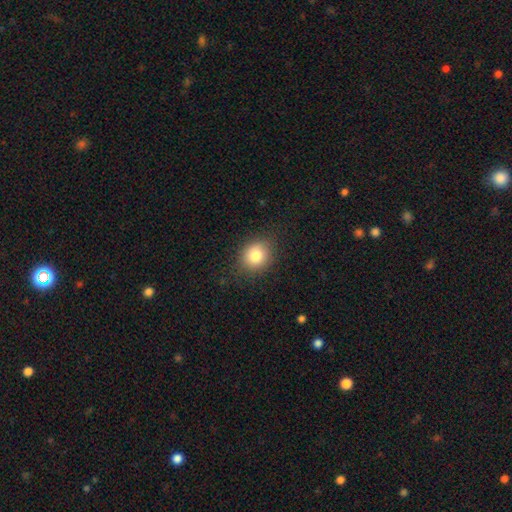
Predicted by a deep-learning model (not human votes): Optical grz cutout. It shows a smooth galaxy with no disk features (80%) that is round (69%). Merging: none (85%).